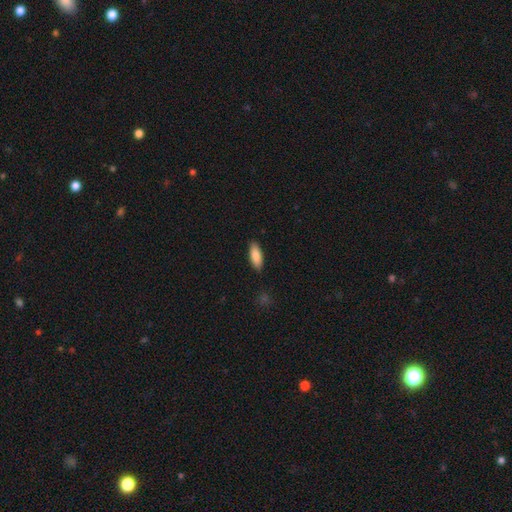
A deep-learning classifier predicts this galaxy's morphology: type=smooth (87%); roundness=in between (75%); merging=none (88%).